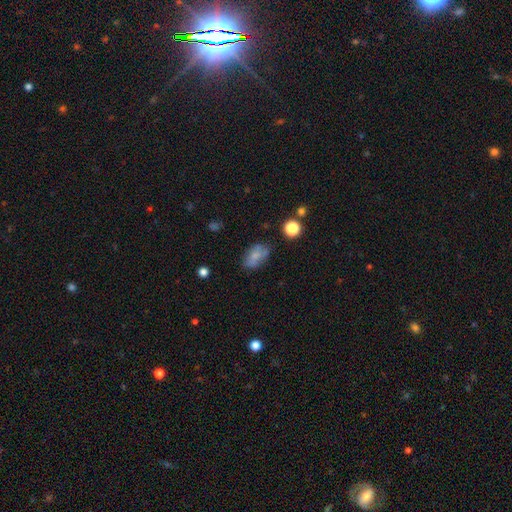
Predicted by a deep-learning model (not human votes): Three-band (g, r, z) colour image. It shows a smooth galaxy with no disk features (65%) that is in between round and cigar-shaped (87%). Merging: none (54%).